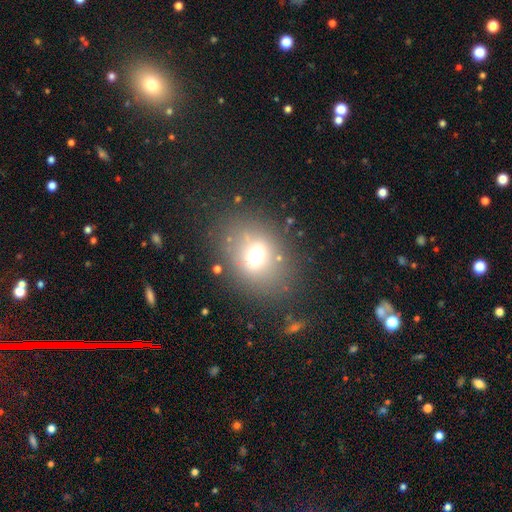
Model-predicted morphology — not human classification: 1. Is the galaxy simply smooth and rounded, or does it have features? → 60% smooth, 21% star or artifact, 19% featured or disk.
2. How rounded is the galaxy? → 51% in between, 47% round, 2% cigar-shaped.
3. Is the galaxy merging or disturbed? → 74% none, 12% minor disturbance, 8% major disturbance, 6% merger.